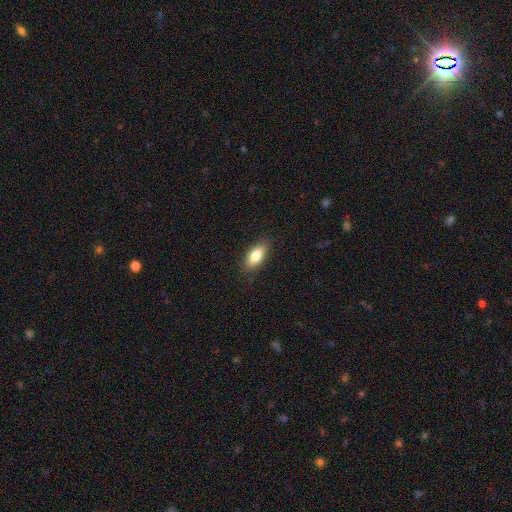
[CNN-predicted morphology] A smooth galaxy with no disk features (79%) that is in between round and cigar-shaped (83%).

Vote fractions:
- Smooth or featured? smooth: 79% / featured or disk: 14% / star or artifact: 7%
- How rounded? in between: 83% / cigar-shaped: 14% / round: 4%
- Merging? none: 87% / minor disturbance: 10% / major disturbance: 2% / merger: 1%